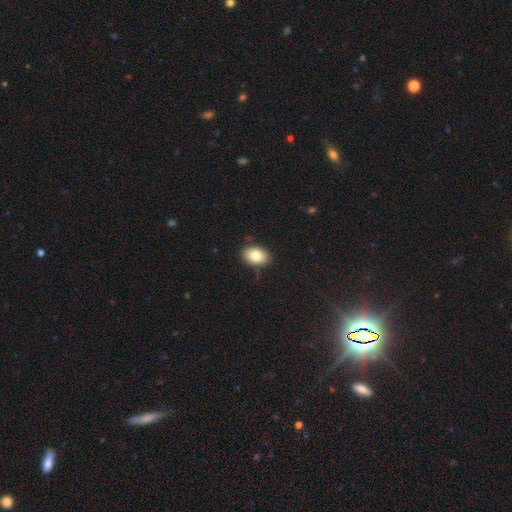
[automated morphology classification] This is clearly a smooth galaxy (80%). How rounded: clearly in between (81%). Merging: clearly none (82%).